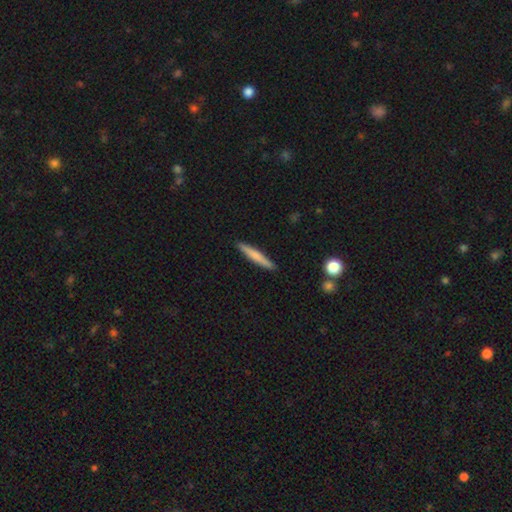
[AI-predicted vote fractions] Smooth or featured? smooth (66%)
How rounded? cigar-shaped (95%)
Merging? none (91%)